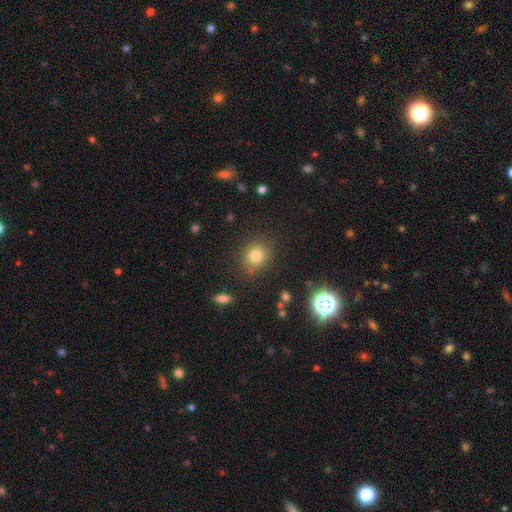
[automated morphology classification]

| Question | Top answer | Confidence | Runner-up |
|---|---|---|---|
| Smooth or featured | smooth | 76% | star or artifact (15%) |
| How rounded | round | 74% | in between (25%) |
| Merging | none | 83% | minor disturbance (10%) |